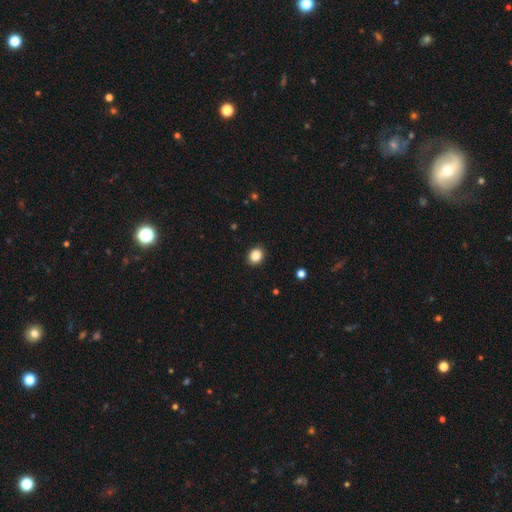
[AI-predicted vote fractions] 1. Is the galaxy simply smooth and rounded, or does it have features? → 86% smooth, 10% star or artifact, 4% featured or disk.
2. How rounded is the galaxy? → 64% round, 36% in between, 1% cigar-shaped.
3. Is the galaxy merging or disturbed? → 91% none, 6% minor disturbance, 2% major disturbance, 1% merger.